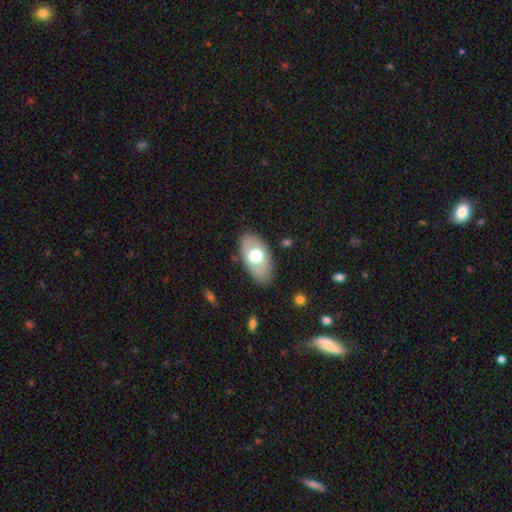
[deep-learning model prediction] Smooth or featured? smooth (57%)
How rounded? in between (93%)
Merging? none (81%)